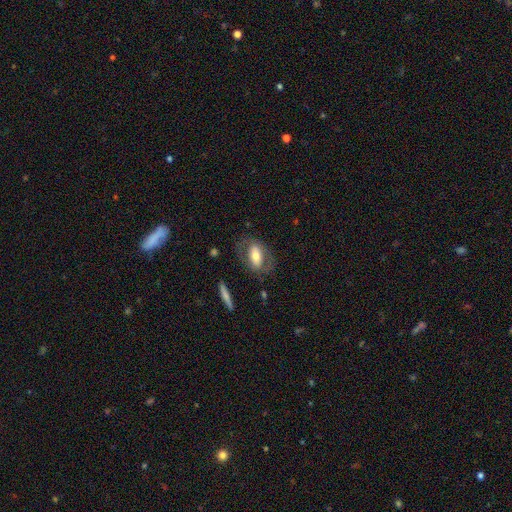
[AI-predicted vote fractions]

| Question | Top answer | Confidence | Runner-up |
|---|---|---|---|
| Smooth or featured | smooth | 51% | featured or disk (42%) |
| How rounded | in between | 87% | round (9%) |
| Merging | none | 68% | minor disturbance (16%) |